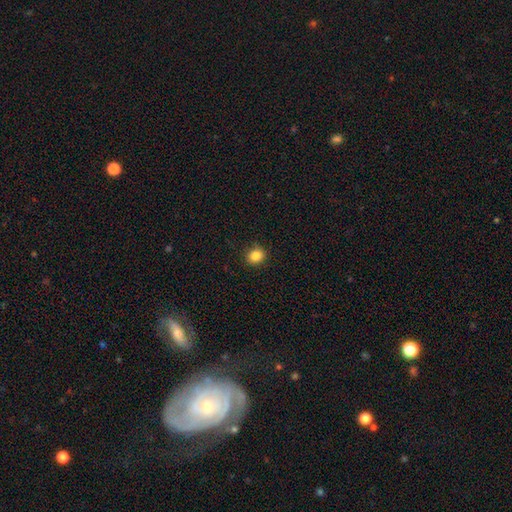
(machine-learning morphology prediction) Q: Smooth or featured?
A: smooth (84%); runner-up: star or artifact (11%)
Q: How rounded?
A: round (82%); runner-up: in between (17%)
Q: Merging?
A: none (90%); runner-up: minor disturbance (8%)